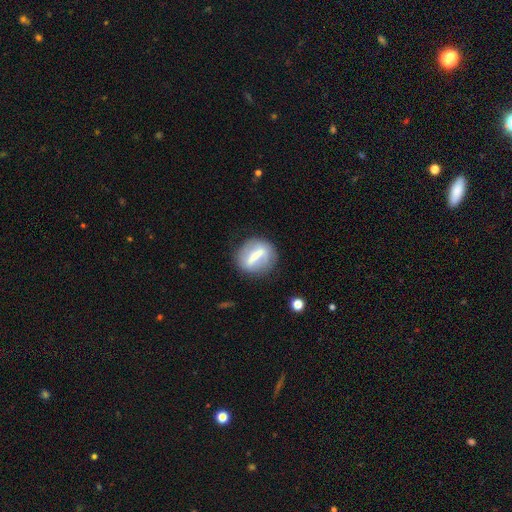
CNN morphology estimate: Overall: featured or disk (51%; smooth 41%). Edge-on disk: no (84%). Merging: none (75%).